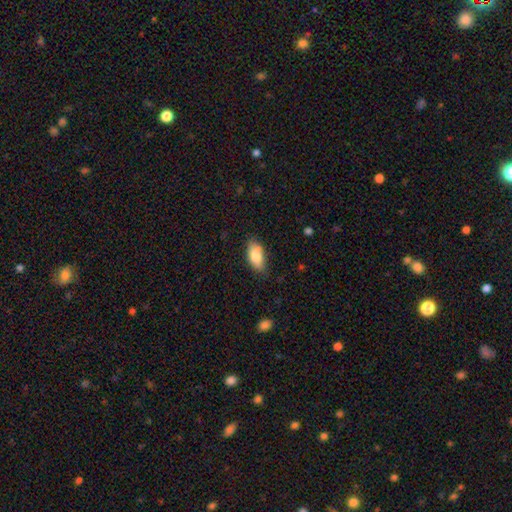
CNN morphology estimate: Q: Smooth or featured?
A: smooth (81%); runner-up: featured or disk (12%)
Q: How rounded?
A: in between (88%); runner-up: cigar-shaped (8%)
Q: Merging?
A: none (69%); runner-up: minor disturbance (24%)